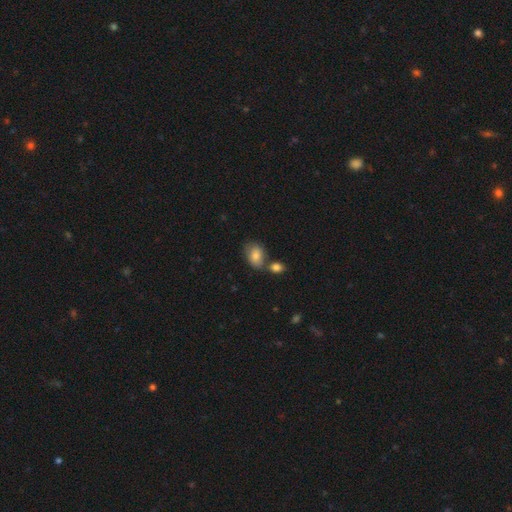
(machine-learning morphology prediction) Smooth or featured: smooth — 80% (featured or disk — 12%)
How rounded: in between — 80% (round — 18%)
Merging: none — 50% (merger — 29%)